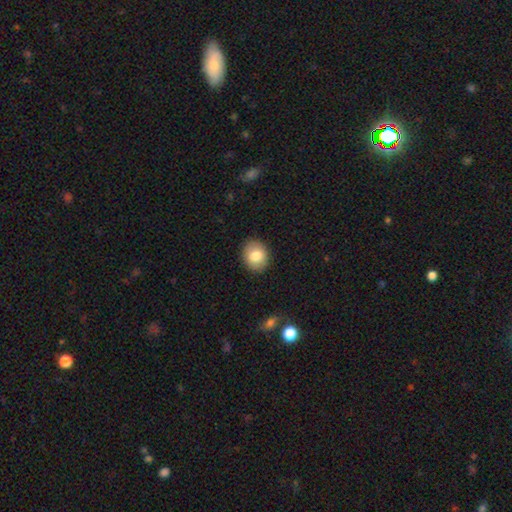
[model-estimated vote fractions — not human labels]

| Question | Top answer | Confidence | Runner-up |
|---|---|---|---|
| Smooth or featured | smooth | 81% | featured or disk (11%) |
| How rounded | round | 62% | in between (37%) |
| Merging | none | 89% | minor disturbance (8%) |